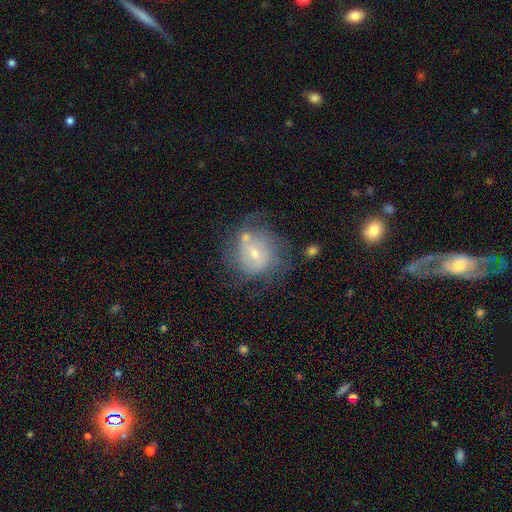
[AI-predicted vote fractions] This is possibly a featured or disk galaxy (52%). It is clearly not viewed edge-on (96%). Bar: possibly weak (45%). Spiral arm pattern: possibly yes (58%). Central bulge: possibly small (53%). Merging: possibly none (50%).